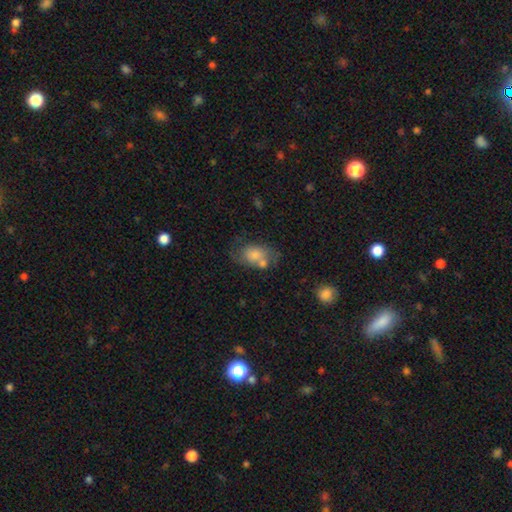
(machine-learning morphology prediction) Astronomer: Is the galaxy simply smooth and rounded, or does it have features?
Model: smooth — 63%.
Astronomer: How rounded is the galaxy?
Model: in between — 78%.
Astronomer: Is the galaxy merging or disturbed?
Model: none — 39% (runner-up: minor disturbance, 23%).